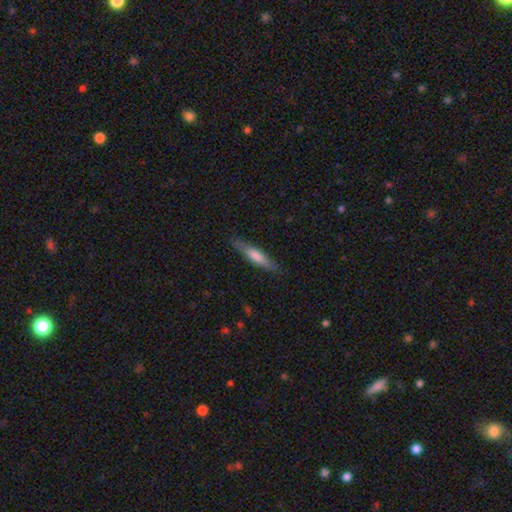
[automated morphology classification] Smooth or featured?
  - smooth: 66% *
  - featured or disk: 29%
  - star or artifact: 6%
How rounded?
  - cigar-shaped: 84% *
  - in between: 15%
  - round: 1%
Merging?
  - none: 85% *
  - minor disturbance: 11%
  - major disturbance: 2%
  - merger: 1%